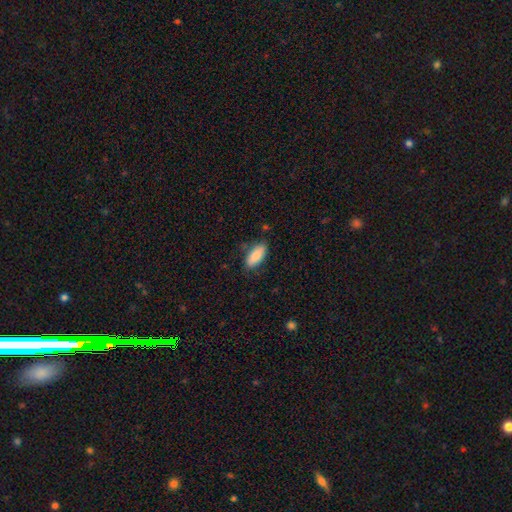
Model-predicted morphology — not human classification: This is clearly a smooth galaxy (87%). How rounded: clearly in between (84%). Merging: likely none (79%).